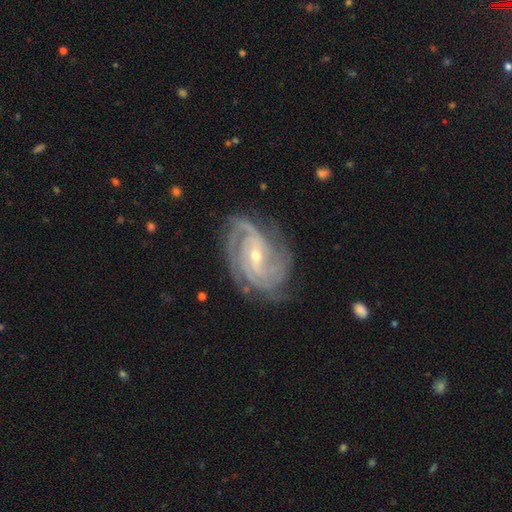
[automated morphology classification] Q: Smooth or featured?
A: featured or disk (92%); runner-up: star or artifact (5%)
Q: Edge-on disk?
A: no (97%); runner-up: yes (3%)
Q: Bar?
A: weak (41%); runner-up: no (39%)
Q: Spiral arms?
A: yes (98%); runner-up: no (2%)
Q: Spiral winding?
A: tight (66%); runner-up: medium (30%)
Q: Spiral arm count?
A: 3 (36%); runner-up: 2 (20%)
Q: Bulge size?
A: small (60%); runner-up: moderate (37%)
Q: Merging?
A: none (73%); runner-up: minor disturbance (19%)